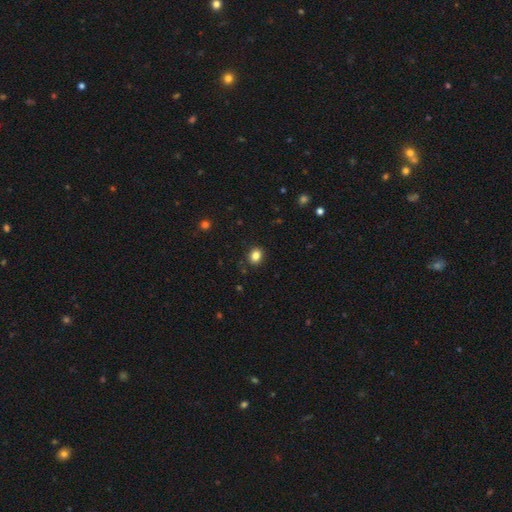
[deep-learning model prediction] smooth 84%, star or artifact 11%, featured or disk 5%. Down the decision tree: how rounded — round (61%); merging — none (89%).